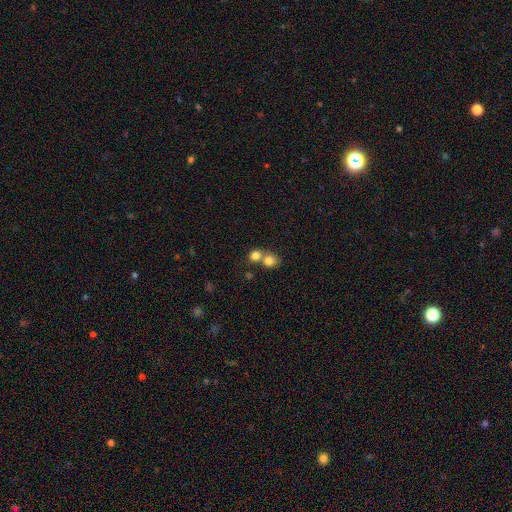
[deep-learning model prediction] Overall: smooth (80%). How rounded: round (80%). Merging: merger (50%; none 41%).